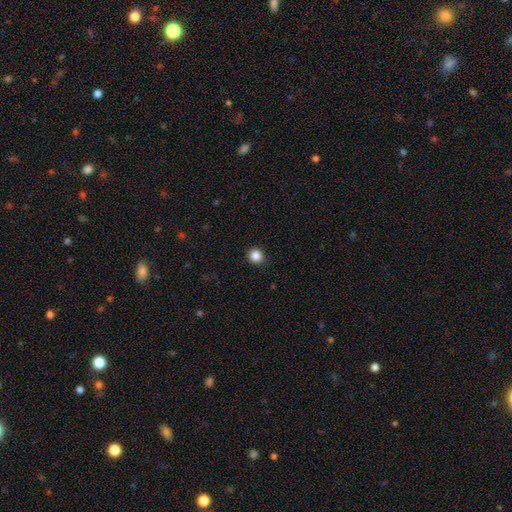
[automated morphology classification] Smooth or featured? smooth (86%)
How rounded? round (89%)
Merging? none (91%)